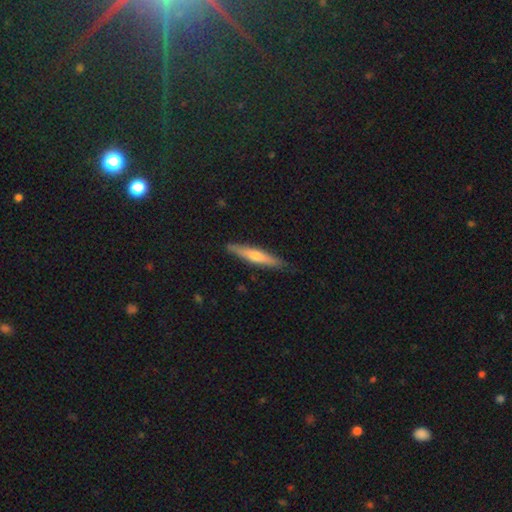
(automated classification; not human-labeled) Overall: featured or disk (50%; smooth 44%). Merging: none (87%).